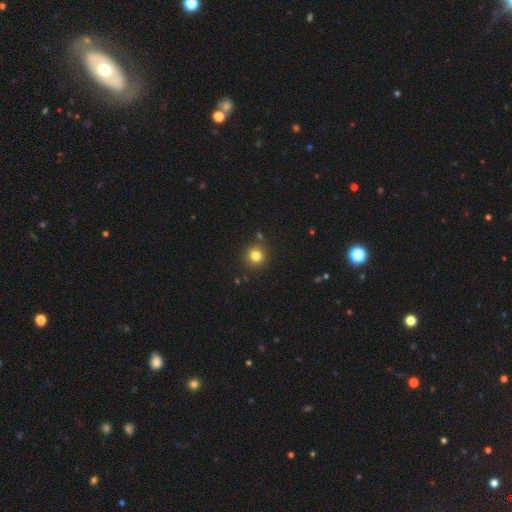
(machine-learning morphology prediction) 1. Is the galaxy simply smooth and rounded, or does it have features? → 81% smooth, 13% star or artifact, 6% featured or disk.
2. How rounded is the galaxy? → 93% round, 6% in between, 1% cigar-shaped.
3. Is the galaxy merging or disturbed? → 87% none, 7% minor disturbance, 4% merger, 2% major disturbance.